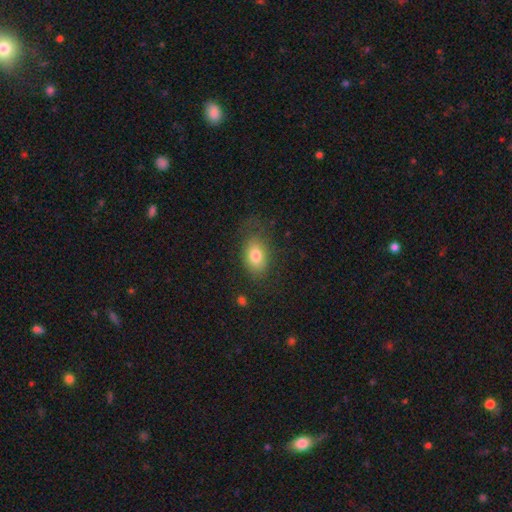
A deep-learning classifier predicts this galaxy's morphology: The model was most divided on "merging": none: 66%, minor disturbance: 21%, major disturbance: 12%, merger: 2%. More confident: how rounded — in between (83%); smooth or featured — smooth (78%).